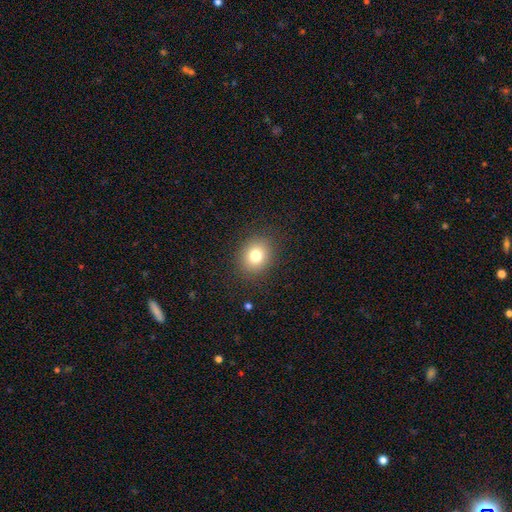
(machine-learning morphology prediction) smooth 78%, star or artifact 12%, featured or disk 9%. Down the decision tree: how rounded — round (67%); merging — none (88%).